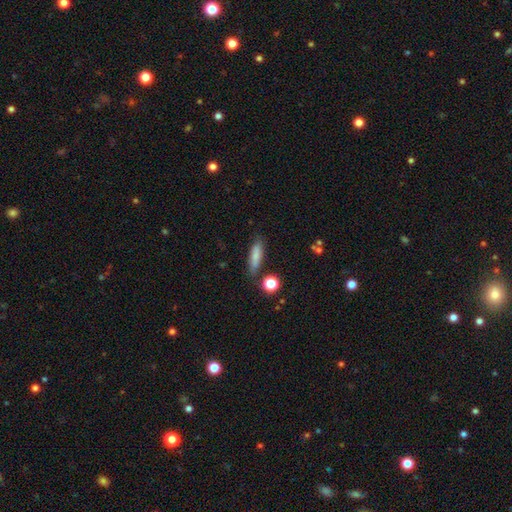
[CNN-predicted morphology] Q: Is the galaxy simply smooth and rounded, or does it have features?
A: smooth — 79%.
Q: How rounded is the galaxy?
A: cigar-shaped — 61%.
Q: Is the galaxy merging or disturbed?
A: none — 78%.